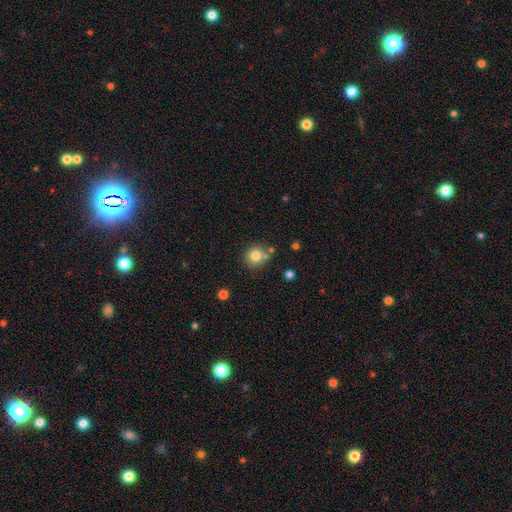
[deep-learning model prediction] Smooth or featured? Predicted: smooth (p=0.81). How rounded? Predicted: round (p=0.91). Merging? Predicted: none (p=0.76).